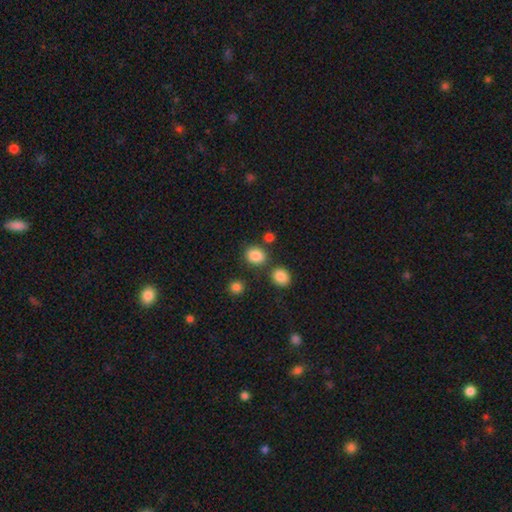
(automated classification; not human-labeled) The model was most divided on "how rounded": round: 62%, in between: 37%, cigar-shaped: 1%. More confident: smooth or featured — smooth (85%); merging — none (78%).